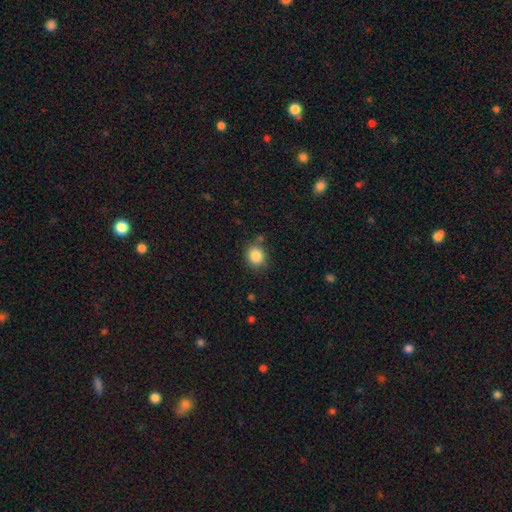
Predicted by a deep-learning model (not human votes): Smooth or featured? smooth (86%)
How rounded? round (79%)
Merging? none (77%)